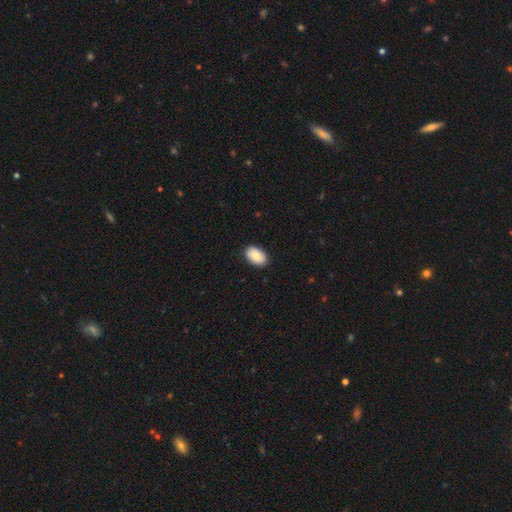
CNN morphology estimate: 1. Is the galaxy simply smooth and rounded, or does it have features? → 85% smooth, 9% featured or disk, 6% star or artifact.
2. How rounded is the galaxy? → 91% in between, 8% round, 1% cigar-shaped.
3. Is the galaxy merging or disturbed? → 89% none, 9% minor disturbance, 2% major disturbance, 1% merger.